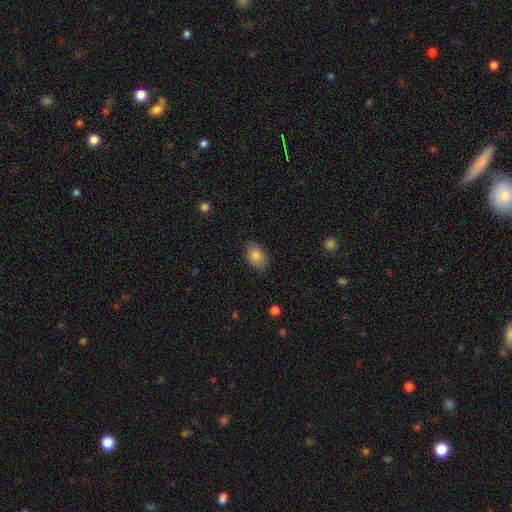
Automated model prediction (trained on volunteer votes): The model was most divided on "merging": none: 85%, minor disturbance: 12%, major disturbance: 3%, merger: 1%. More confident: how rounded — in between (88%); smooth or featured — smooth (83%).